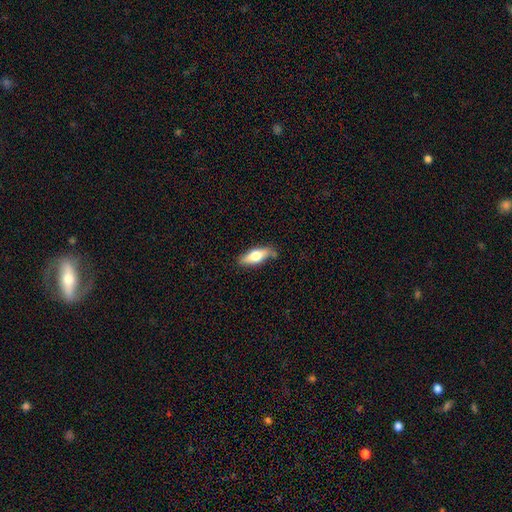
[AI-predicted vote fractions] smooth-or-featured: smooth: 61% | featured or disk: 33% | star or artifact: 6%
  how-rounded: in between: 63% | cigar-shaped: 34% | round: 3%
  merging: none: 73% | minor disturbance: 20% | major disturbance: 4% | merger: 3%